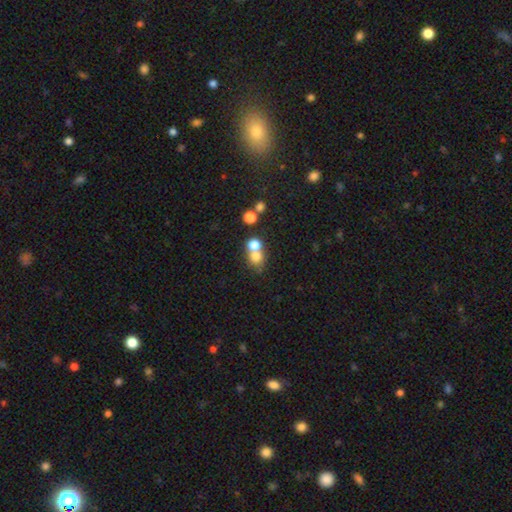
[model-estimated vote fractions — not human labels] Morphology: type=smooth (73%); roundness=round (77%); merging=merger (47%).